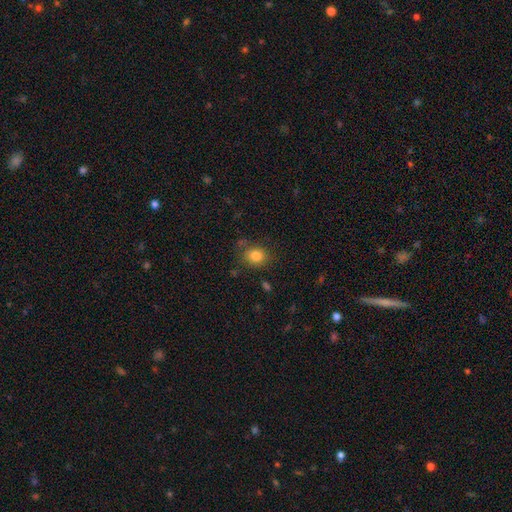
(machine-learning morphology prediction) A smooth galaxy with no disk features (82%) that is round (67%).

Vote fractions:
- Smooth or featured? smooth: 82% / star or artifact: 11% / featured or disk: 7%
- How rounded? round: 67% / in between: 32% / cigar-shaped: 1%
- Merging? none: 76% / minor disturbance: 15% / major disturbance: 5% / merger: 4%